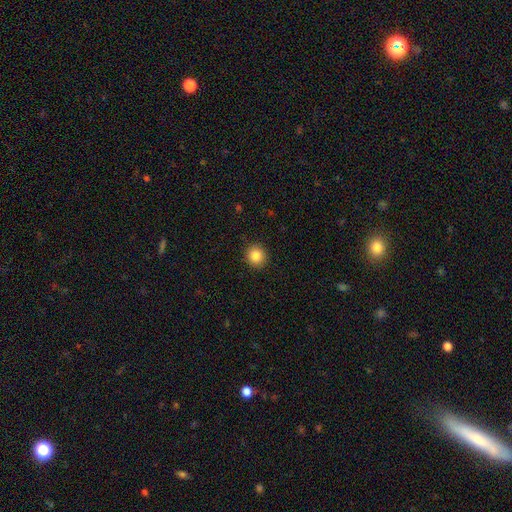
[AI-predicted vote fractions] This appears to be a smooth galaxy with no disk features (85%) that is round (91%). Merging: none (92%).